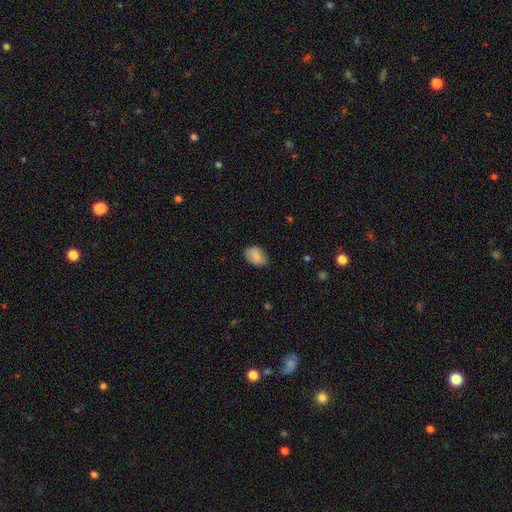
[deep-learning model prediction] Smooth or featured? Predicted: smooth (p=0.81). How rounded? Predicted: in between (p=0.82). Merging? Predicted: none (p=0.79).